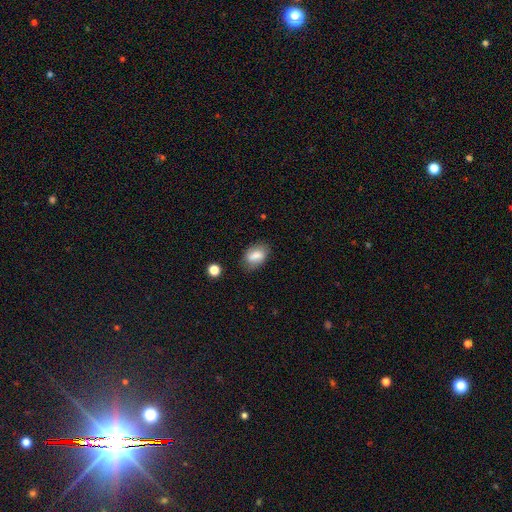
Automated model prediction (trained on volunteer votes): Smooth or featured: smooth — 74% (featured or disk — 17%)
How rounded: in between — 85% (round — 13%)
Merging: none — 72% (minor disturbance — 20%)